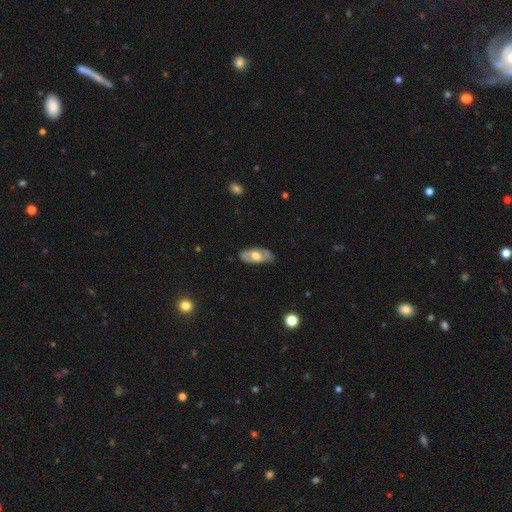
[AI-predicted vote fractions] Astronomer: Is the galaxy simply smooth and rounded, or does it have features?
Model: featured or disk — 55% (runner-up: smooth, 39%).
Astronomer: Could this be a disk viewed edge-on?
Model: no — 83%.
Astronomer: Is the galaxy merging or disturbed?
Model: none — 80%.